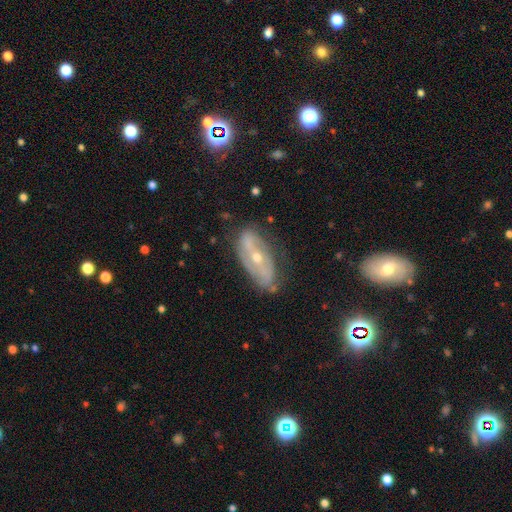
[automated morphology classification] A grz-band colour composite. It shows a featured or disk galaxy (74%) with no bar (49%), spiral arms (72%) and a small central bulge (55%). Merging: none (66%).